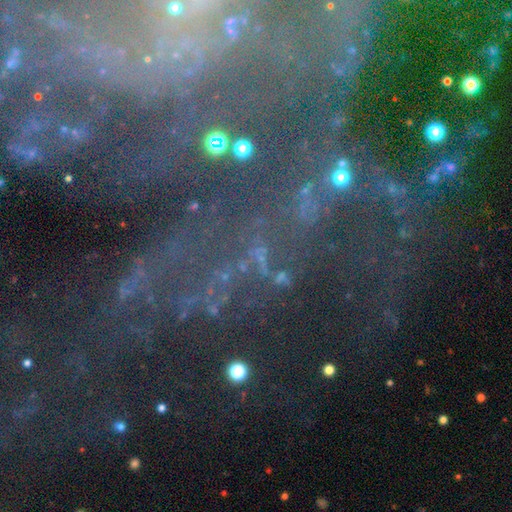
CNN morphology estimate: The model was most divided on "smooth or featured": featured or disk: 48%, star or artifact: 40%, smooth: 12%. More confident: merging — none (60%).